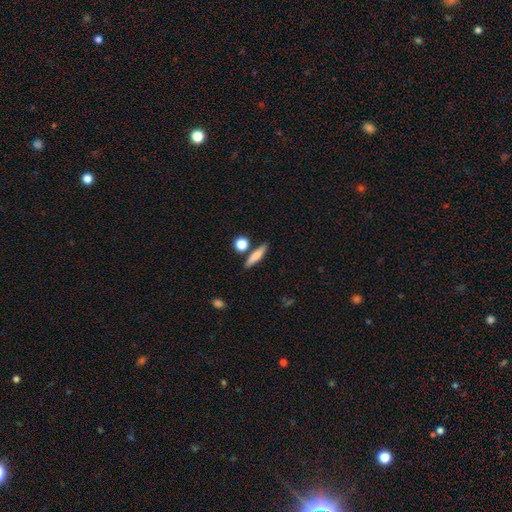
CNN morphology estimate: smooth-or-featured: smooth: 77% | featured or disk: 16% | star or artifact: 7%
  how-rounded: cigar-shaped: 70% | in between: 22% | round: 8%
  merging: none: 78% | minor disturbance: 10% | merger: 8% | major disturbance: 3%